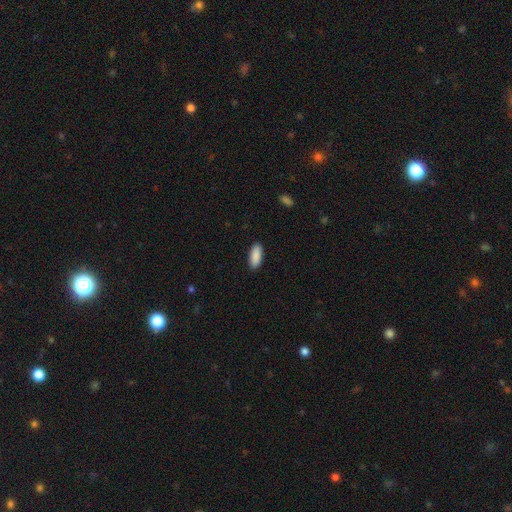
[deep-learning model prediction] smooth-or-featured: smooth: 91% | star or artifact: 6% | featured or disk: 4%
  how-rounded: in between: 81% | cigar-shaped: 17% | round: 2%
  merging: none: 90% | minor disturbance: 8% | major disturbance: 2% | merger: 1%